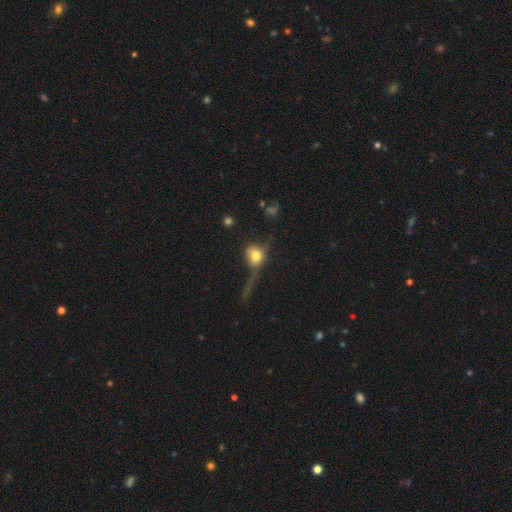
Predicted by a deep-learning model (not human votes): Smooth or featured? Predicted: smooth (p=0.66). How rounded? Predicted: round (p=0.70). Merging? Predicted: none (p=0.37).